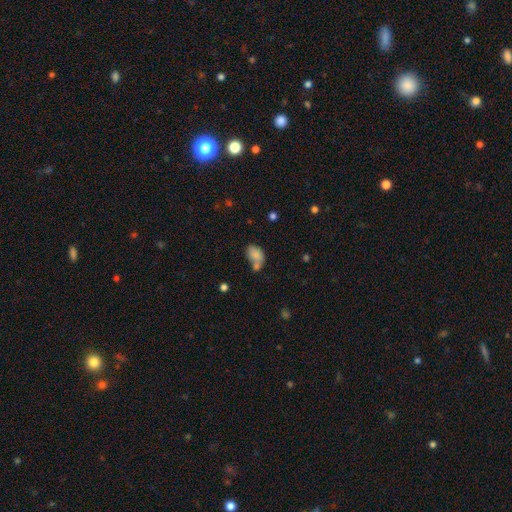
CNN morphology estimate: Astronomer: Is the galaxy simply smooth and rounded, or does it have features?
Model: smooth — 80%.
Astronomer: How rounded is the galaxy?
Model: in between — 84%.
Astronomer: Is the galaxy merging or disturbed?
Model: merger — 38% (runner-up: none, 36%).